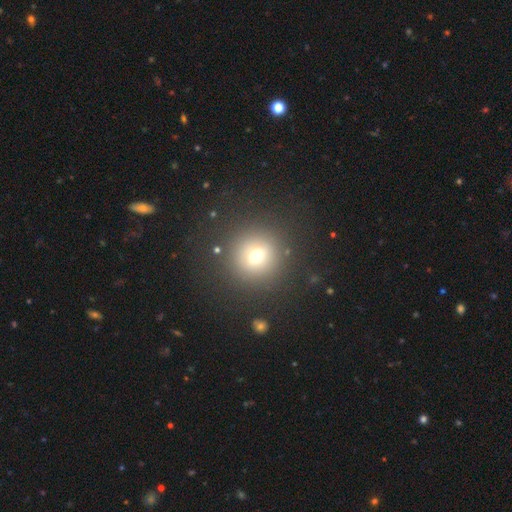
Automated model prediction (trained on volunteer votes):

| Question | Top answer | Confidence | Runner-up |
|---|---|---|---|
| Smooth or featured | smooth | 69% | star or artifact (19%) |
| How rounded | round | 92% | in between (7%) |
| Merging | none | 86% | minor disturbance (7%) |